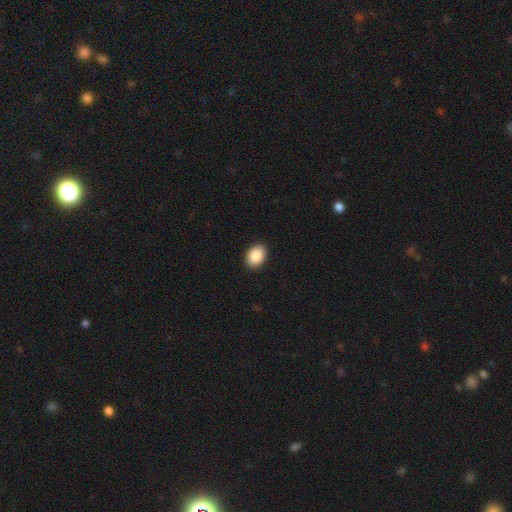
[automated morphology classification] smooth_or_featured: smooth (p=0.90) [alt: star or artifact p=0.07]
how_rounded: in between (p=0.80) [alt: round p=0.19]
merging: none (p=0.91) [alt: minor disturbance p=0.06]